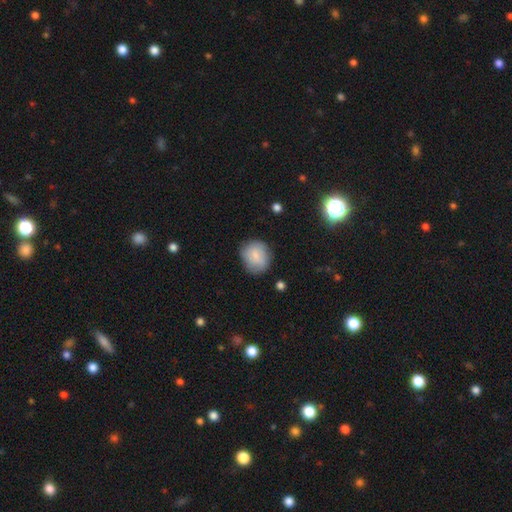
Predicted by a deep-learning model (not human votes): smooth-or-featured: smooth: 79% | featured or disk: 13% | star or artifact: 7%
  how-rounded: round: 76% | in between: 23% | cigar-shaped: 1%
  merging: none: 75% | minor disturbance: 19% | major disturbance: 4% | merger: 2%